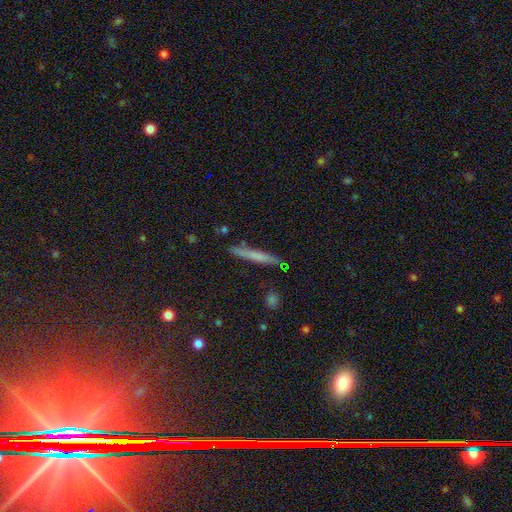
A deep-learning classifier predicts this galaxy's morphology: type=smooth (54%); roundness=cigar-shaped (94%); merging=none (83%).